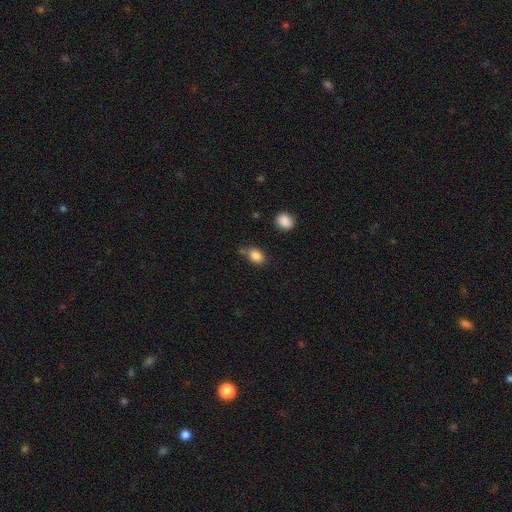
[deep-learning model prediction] This appears to be a smooth galaxy with no disk features (86%) that is in between round and cigar-shaped (76%). Merging: none (71%).